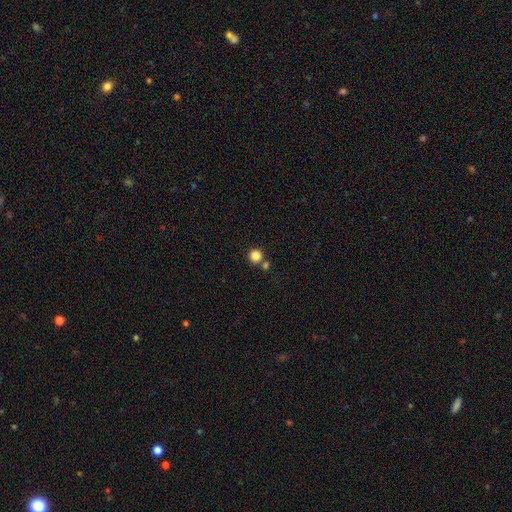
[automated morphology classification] A smooth galaxy with no disk features (84%) that is round (95%).

Vote fractions:
- Smooth or featured? smooth: 84% / star or artifact: 12% / featured or disk: 4%
- How rounded? round: 95% / in between: 5% / cigar-shaped: 1%
- Merging? none: 74% / merger: 17% / minor disturbance: 6% / major disturbance: 2%